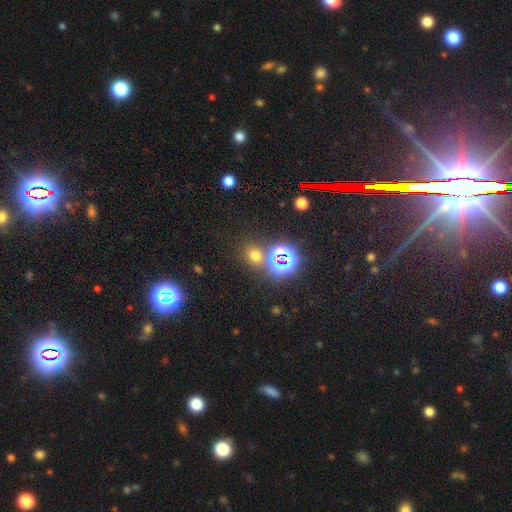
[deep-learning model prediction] Smooth or featured? smooth (56%)
How rounded? round (72%)
Merging? none (74%)